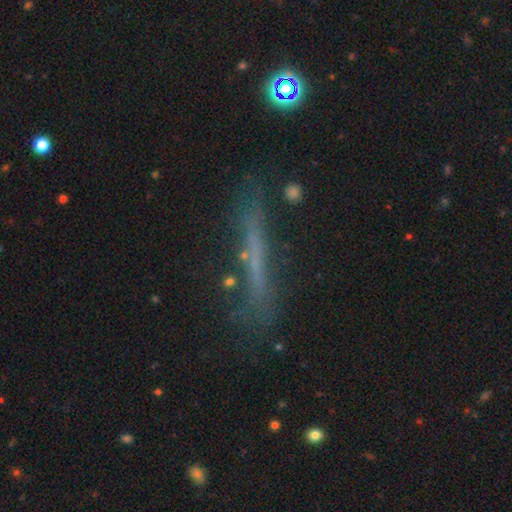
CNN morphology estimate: smooth-or-featured: featured or disk: 45% | smooth: 41% | star or artifact: 14%
  merging: none: 74% | minor disturbance: 17% | major disturbance: 7% | merger: 3%